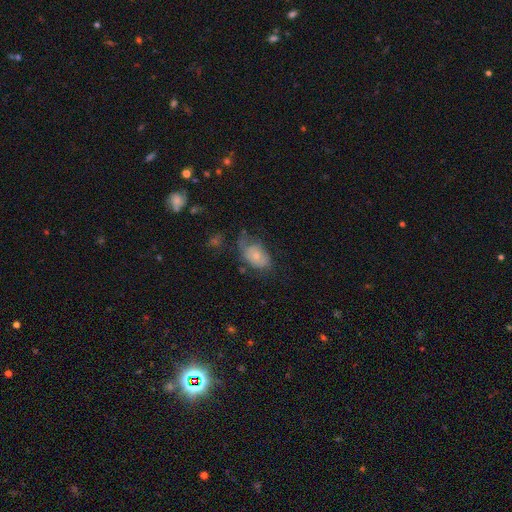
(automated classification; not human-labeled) smooth 60%, featured or disk 31%, star or artifact 9%. Down the decision tree: how rounded — in between (86%); merging — none (37%).